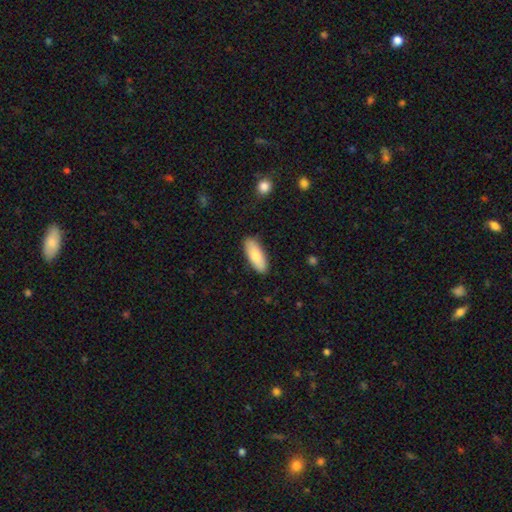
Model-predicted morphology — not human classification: Smooth or featured?
  - smooth: 80% *
  - featured or disk: 14%
  - star or artifact: 5%
How rounded?
  - in between: 73% *
  - cigar-shaped: 25%
  - round: 2%
Merging?
  - none: 88% *
  - minor disturbance: 9%
  - major disturbance: 2%
  - merger: 1%